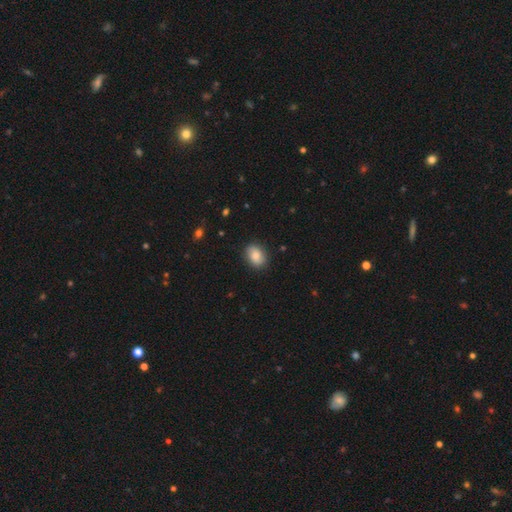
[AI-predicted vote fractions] This appears to be a smooth galaxy with no disk features (76%) that is in between round and cigar-shaped (71%). Merging: none (84%).